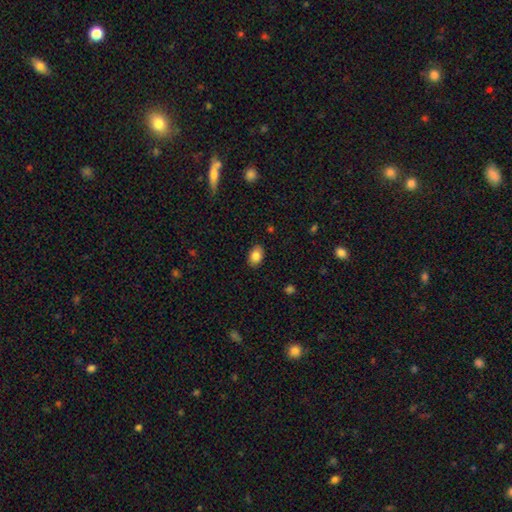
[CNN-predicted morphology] This is clearly a smooth galaxy (85%). How rounded: likely in between (78%). Merging: clearly none (87%).